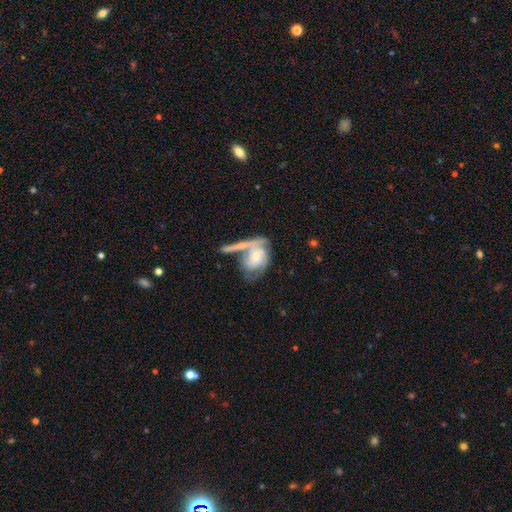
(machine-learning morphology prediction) Overall: featured or disk (65%; smooth 29%). Edge-on disk: no (93%). Bar: no (67%). Spiral arms: yes (81%). Bulge size: small (50%; moderate 41%). Merging: merger (36%; none 33%).